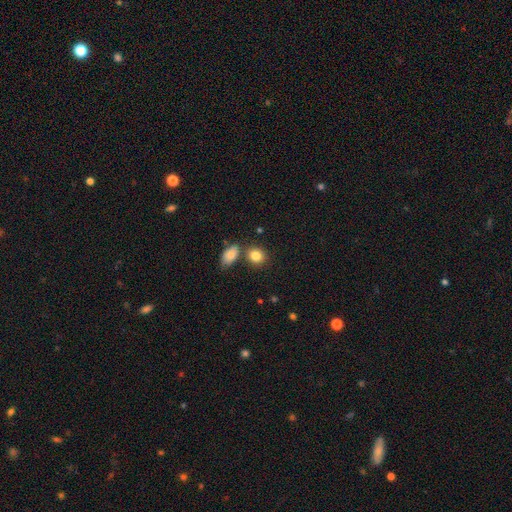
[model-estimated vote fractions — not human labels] Smooth or featured?
  - smooth: 84% *
  - star or artifact: 9%
  - featured or disk: 8%
How rounded?
  - round: 60% *
  - in between: 38%
  - cigar-shaped: 2%
Merging?
  - none: 66% *
  - merger: 20%
  - minor disturbance: 11%
  - major disturbance: 3%